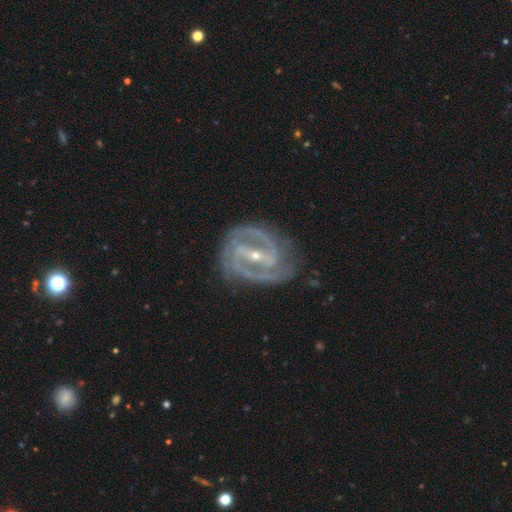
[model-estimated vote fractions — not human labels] The model was most divided on "spiral winding": tight: 47%, medium: 45%, loose: 7%. More confident: spiral arms — yes (98%); edge-on disk — no (97%); smooth or featured — featured or disk (93%); spiral arm count — 2 (79%); merging — none (78%); bulge size — small (72%); bar — strong (71%).